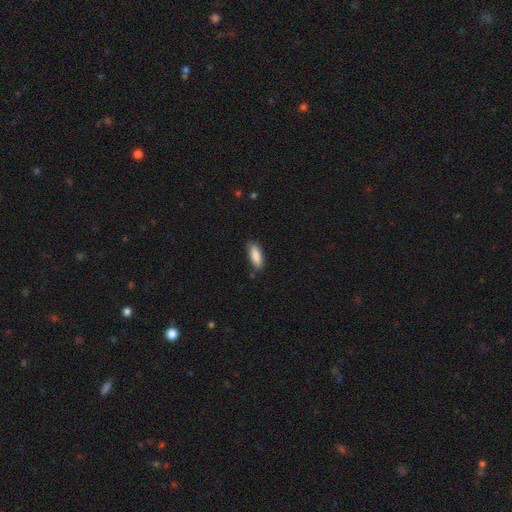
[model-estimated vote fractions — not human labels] Morphology: type=smooth (88%); roundness=in between (75%); merging=none (80%).